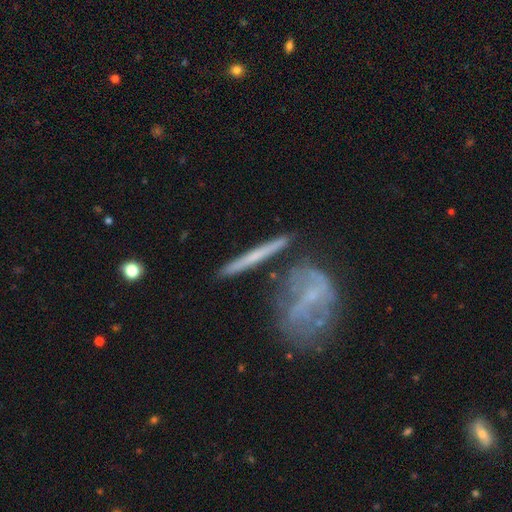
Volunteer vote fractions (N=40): smooth-or-featured: featured or disk: 62% | smooth: 32% | star or artifact: 5%
  disk-edge-on: yes: 100% | no: 0%
    edge-on-bulge: none: 76% | rounded: 20% | boxy: 4%
  merging: none: 89% | minor disturbance: 5% | major disturbance: 3% | merger: 3%